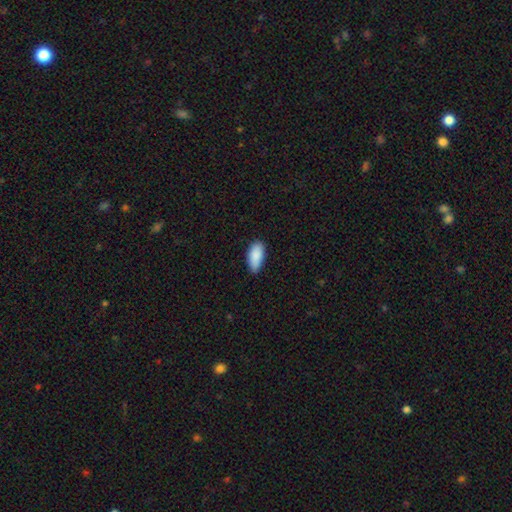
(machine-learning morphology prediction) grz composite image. It shows a smooth galaxy with no disk features (89%) that is in between round and cigar-shaped (91%). Merging: none (77%).